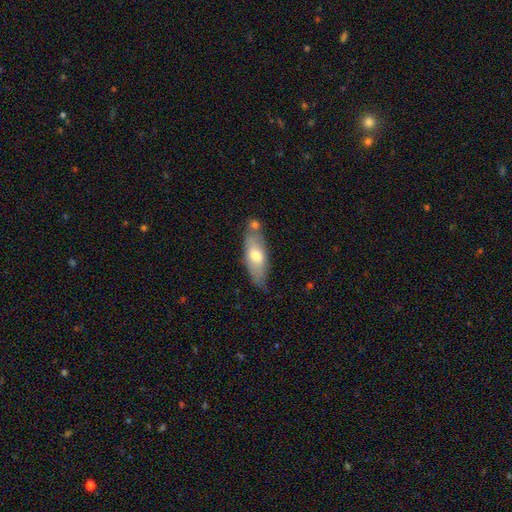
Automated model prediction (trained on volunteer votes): This appears to be a smooth galaxy with no disk features (58%) that is in between round and cigar-shaped (63%). Merging: none (60%).